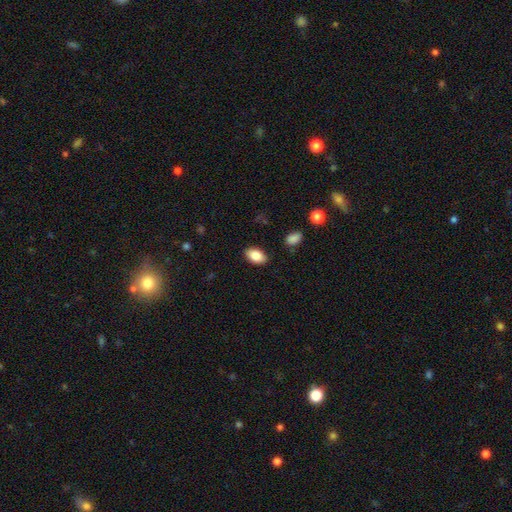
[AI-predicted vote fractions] smooth_or_featured: smooth (p=0.86) [alt: star or artifact p=0.07]
how_rounded: in between (p=0.91) [alt: round p=0.07]
merging: none (p=0.87) [alt: minor disturbance p=0.09]